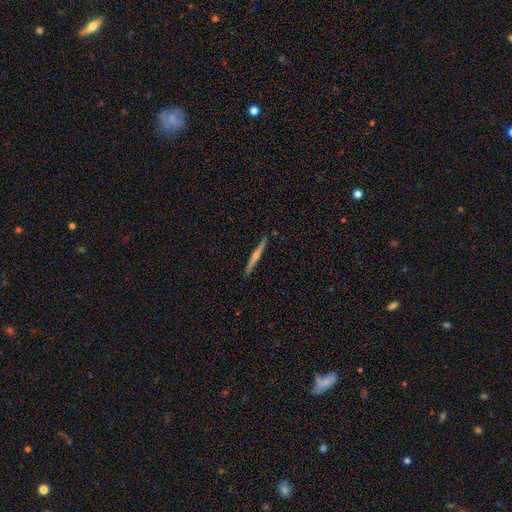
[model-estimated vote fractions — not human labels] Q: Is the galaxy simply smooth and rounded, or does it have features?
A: featured or disk — 73%.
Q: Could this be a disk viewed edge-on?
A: yes — 98%.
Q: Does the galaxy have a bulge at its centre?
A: rounded — 78%.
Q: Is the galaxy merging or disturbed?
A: none — 91%.